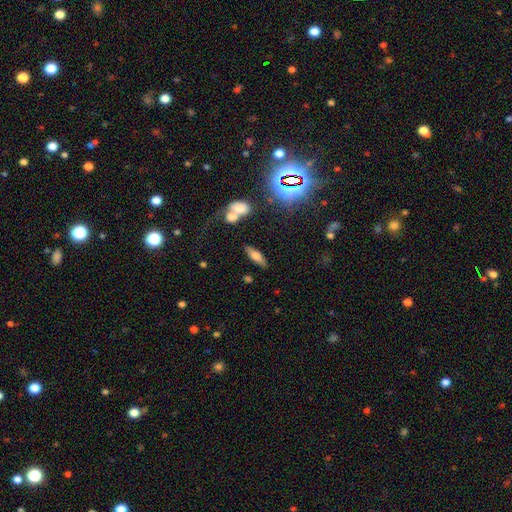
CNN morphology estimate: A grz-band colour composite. It shows a smooth galaxy with no disk features (57%) that is in between round and cigar-shaped (54%). Merging: none (76%).